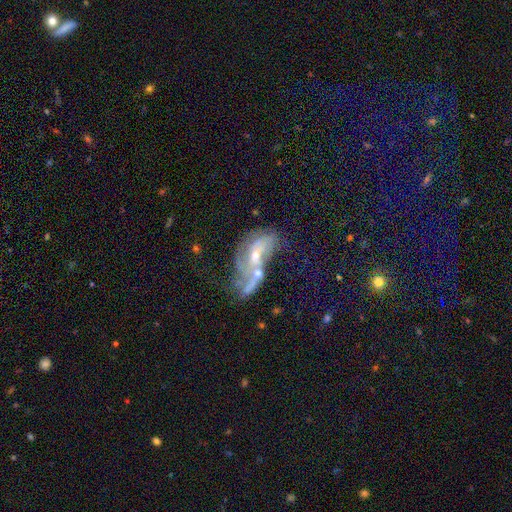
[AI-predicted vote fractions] A featured or disk galaxy (69%) with no bar (66%), spiral arms (67%) and a small central bulge (51%).

Vote fractions:
- Smooth or featured? featured or disk: 69% / smooth: 19% / star or artifact: 12%
- Edge-on disk? no: 95% / yes: 5%
- Bar? no: 66% / weak: 26% / strong: 8%
- Spiral arms? yes: 67% / no: 33%
- Bulge size? small: 51% / moderate: 41% / none: 4% / large: 3% / dominant: 1%
- Merging? merger: 48% / none: 21% / major disturbance: 20% / minor disturbance: 12%